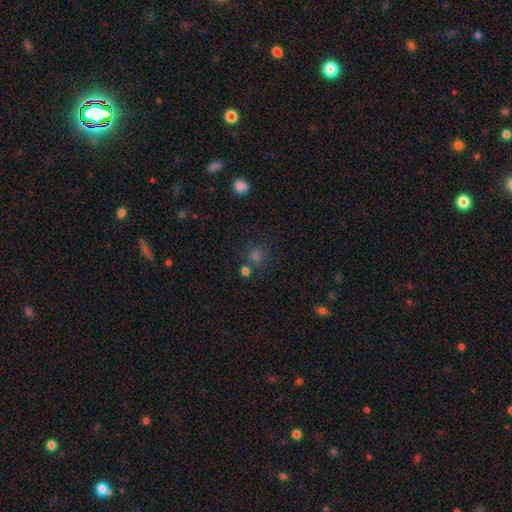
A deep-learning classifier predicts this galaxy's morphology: This appears to be a smooth galaxy with no disk features (64%) that is round (90%). Merging: none (76%).